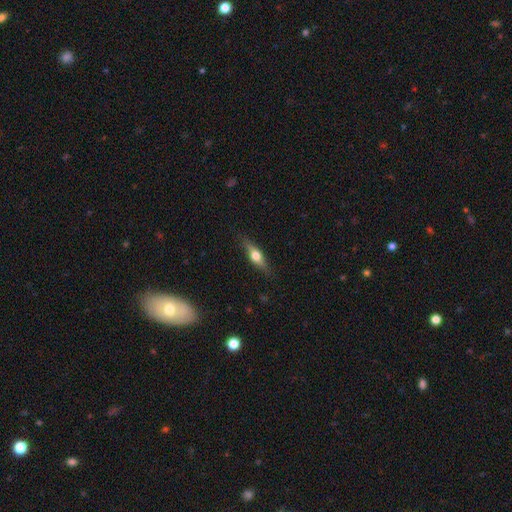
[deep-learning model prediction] The model was most divided on "smooth or featured": featured or disk: 51%, smooth: 42%, star or artifact: 7%. More confident: edge-on disk — yes (92%); merging — none (85%).